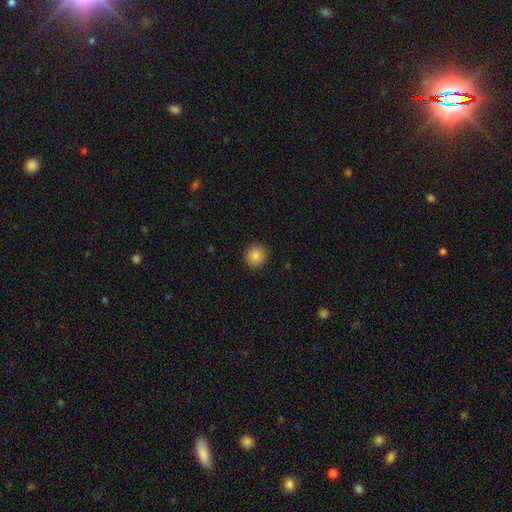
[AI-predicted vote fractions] smooth 86%, star or artifact 9%, featured or disk 5%. Down the decision tree: how rounded — round (85%); merging — none (90%).